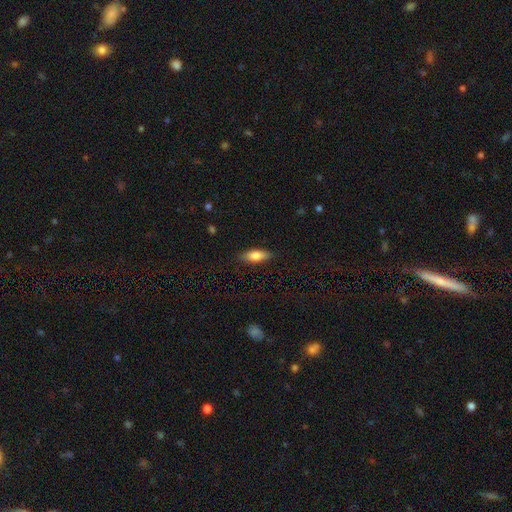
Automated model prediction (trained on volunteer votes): A smooth galaxy with no disk features (78%) that is in between round and cigar-shaped (68%). Merging: none (86%).